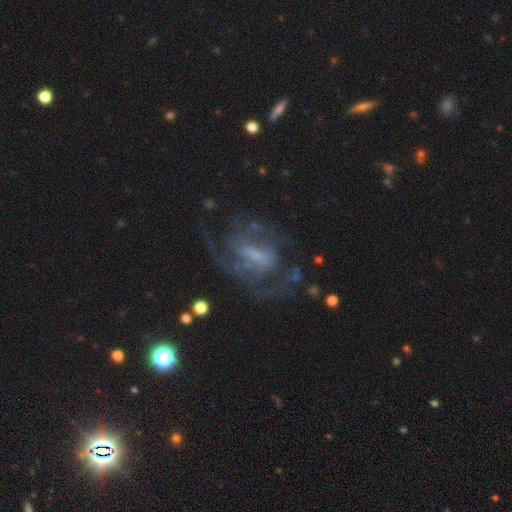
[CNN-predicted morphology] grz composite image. It shows a featured or disk galaxy (78%) with a weak bar (48%), 2 (35%) medium (47%) spiral arms (84%) and a small central bulge (37%). Merging: none (56%).